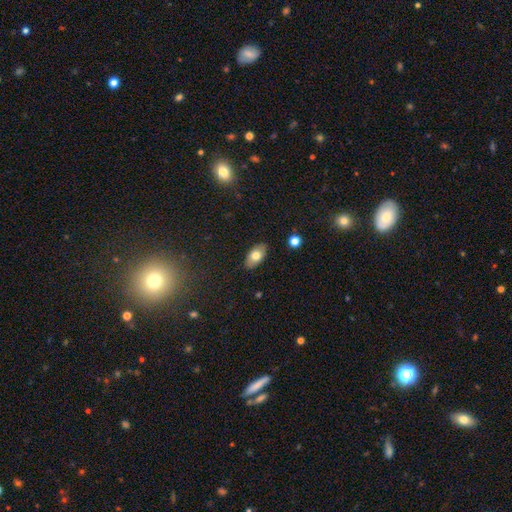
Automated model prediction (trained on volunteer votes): Smooth or featured?
  - smooth: 75% *
  - featured or disk: 17%
  - star or artifact: 7%
How rounded?
  - in between: 93% *
  - round: 5%
  - cigar-shaped: 3%
Merging?
  - none: 88% *
  - minor disturbance: 9%
  - major disturbance: 2%
  - merger: 1%